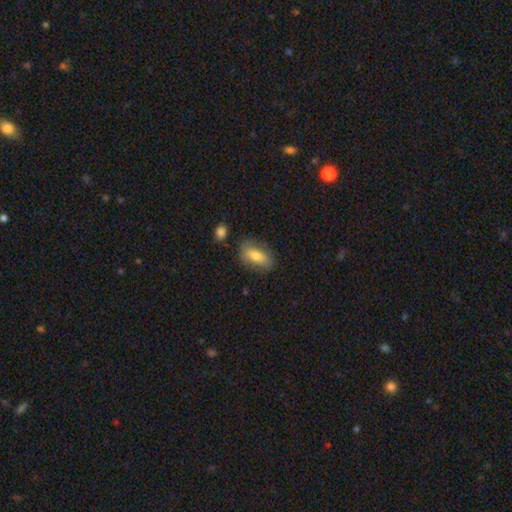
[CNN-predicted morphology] Q: Smooth or featured?
A: smooth (71%); runner-up: featured or disk (22%)
Q: How rounded?
A: in between (82%); runner-up: cigar-shaped (12%)
Q: Merging?
A: none (70%); runner-up: minor disturbance (20%)